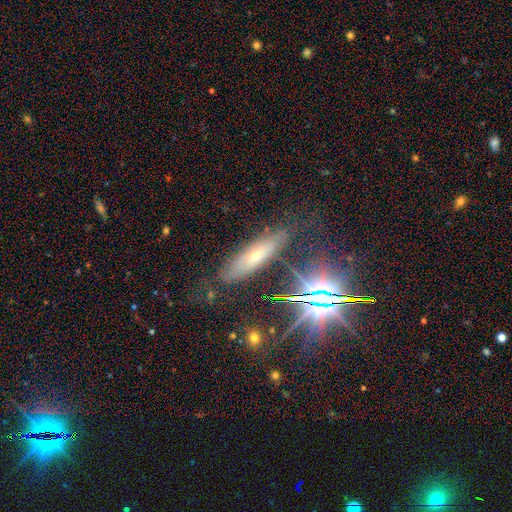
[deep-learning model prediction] This appears to be a featured or disk galaxy (42%). Merging: none (75%).